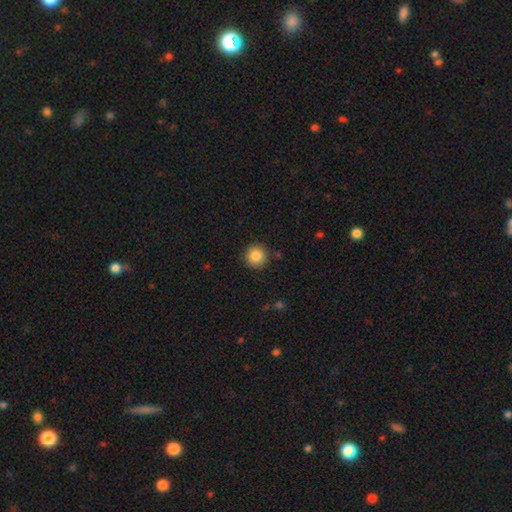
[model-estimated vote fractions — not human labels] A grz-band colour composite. It shows a smooth galaxy with no disk features (85%) that is round (95%). Merging: none (89%).